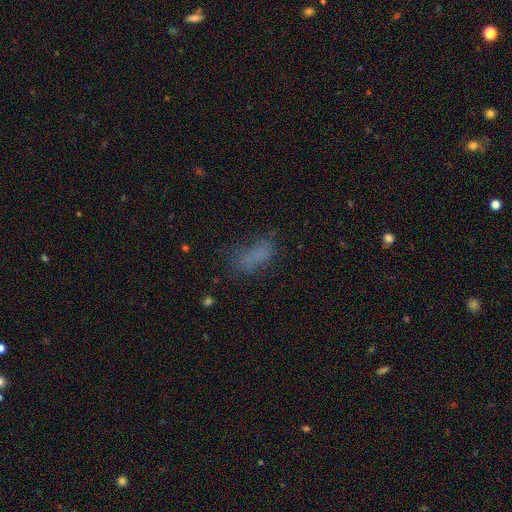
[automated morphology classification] A smooth galaxy with no disk features (67%) that is in between round and cigar-shaped (80%). Merging: none (49%).